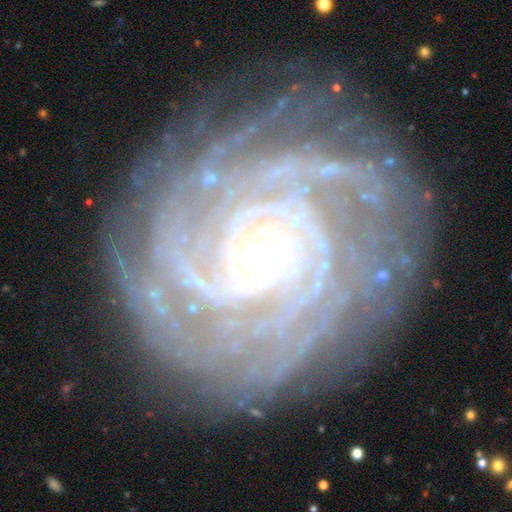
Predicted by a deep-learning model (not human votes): featured or disk 90%, star or artifact 6%, smooth 4%. Down the decision tree: edge-on disk — no (97%); bar — no (70%); spiral arms — yes (98%); spiral arm count — more than 4 (23%); spiral winding — tight (83%); bulge size — small (72%); merging — none (80%).